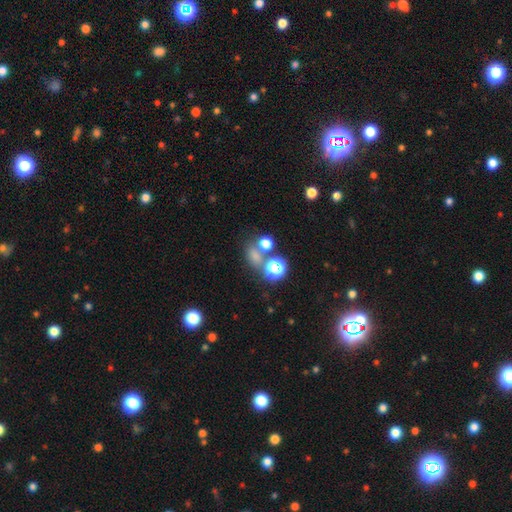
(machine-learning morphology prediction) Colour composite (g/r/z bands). It shows a smooth galaxy with no disk features (47%). Merging: none (54%).